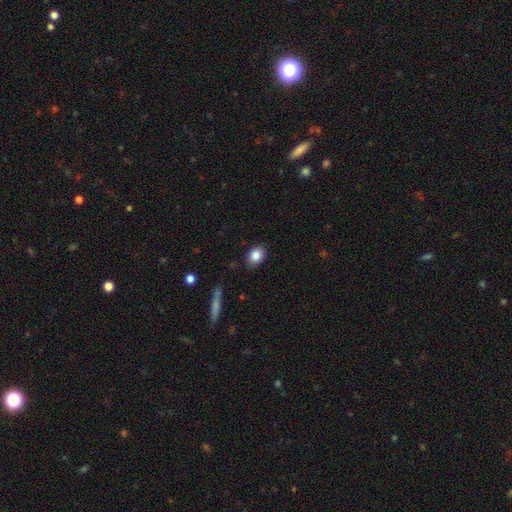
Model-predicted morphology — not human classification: type=smooth (84%); roundness=in between (67%); merging=none (86%).